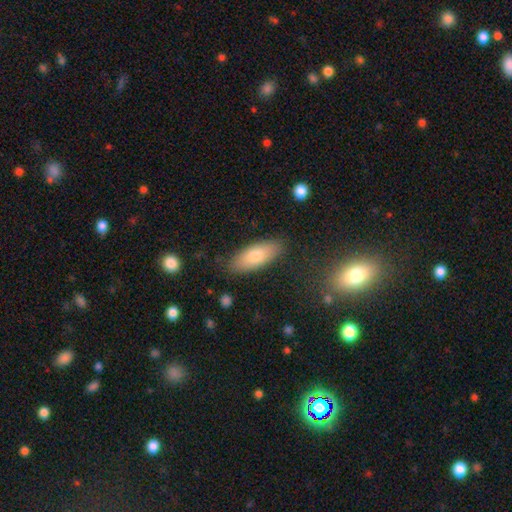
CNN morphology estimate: Smooth or featured?
  - smooth: 76% *
  - featured or disk: 18%
  - star or artifact: 7%
How rounded?
  - in between: 75% *
  - cigar-shaped: 22%
  - round: 2%
Merging?
  - none: 84% *
  - minor disturbance: 11%
  - major disturbance: 3%
  - merger: 2%